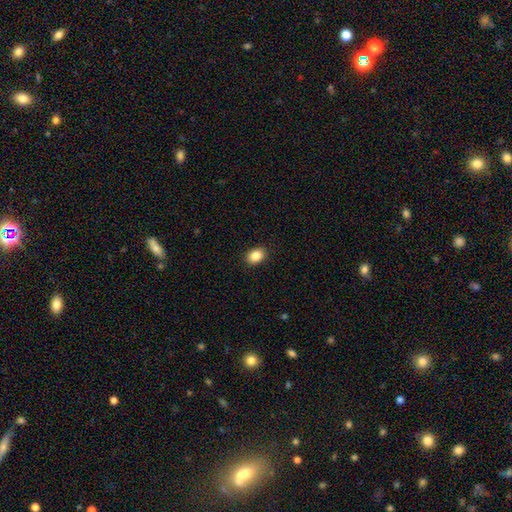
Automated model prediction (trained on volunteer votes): smooth_or_featured: smooth (p=0.86) [alt: star or artifact p=0.09]
how_rounded: in between (p=0.66) [alt: round p=0.33]
merging: none (p=0.91) [alt: minor disturbance p=0.07]